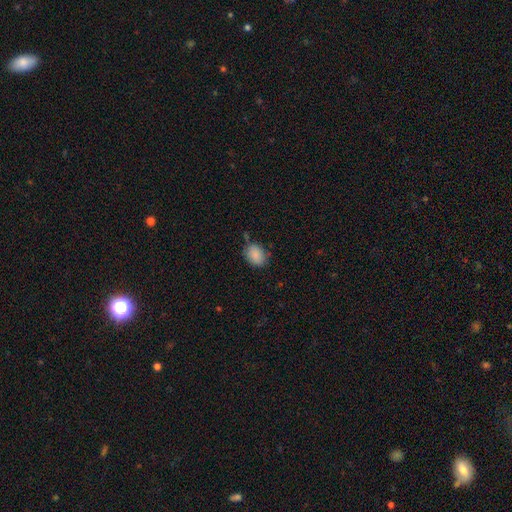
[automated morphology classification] smooth-or-featured: smooth: 88% | star or artifact: 8% | featured or disk: 4%
  how-rounded: in between: 66% | round: 33% | cigar-shaped: 1%
  merging: none: 72% | minor disturbance: 20% | merger: 4% | major disturbance: 4%